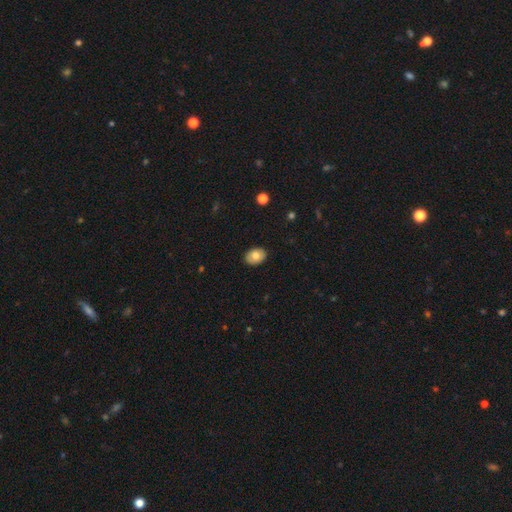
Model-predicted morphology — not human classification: Overall: smooth (75%). How rounded: in between (75%). Merging: none (88%).